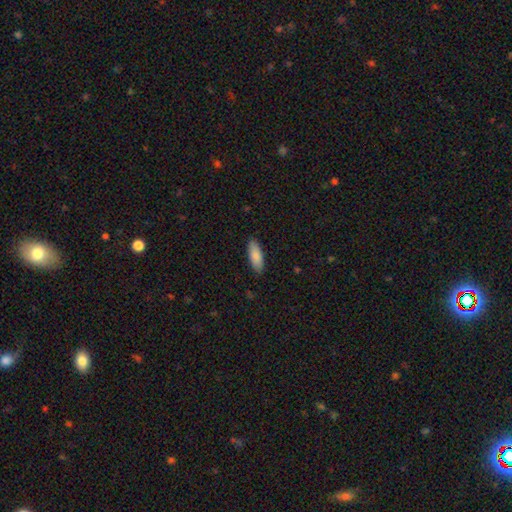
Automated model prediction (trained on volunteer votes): smooth-or-featured: smooth: 87% | featured or disk: 8% | star or artifact: 6%
  how-rounded: in between: 70% | cigar-shaped: 28% | round: 2%
  merging: none: 88% | minor disturbance: 9% | major disturbance: 2% | merger: 1%